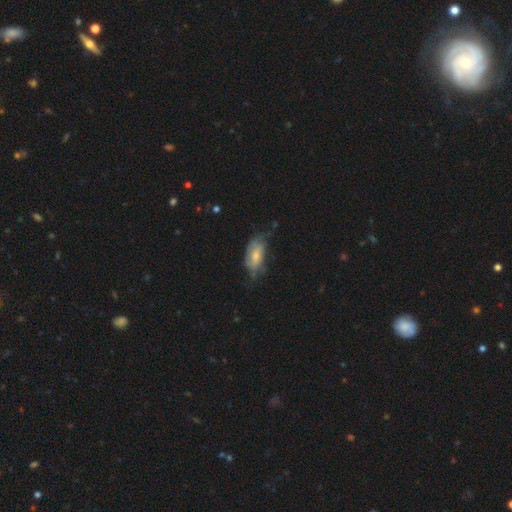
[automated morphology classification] A smooth galaxy with no disk features (54%) that is in between round and cigar-shaped (89%). Merging: none (42%).